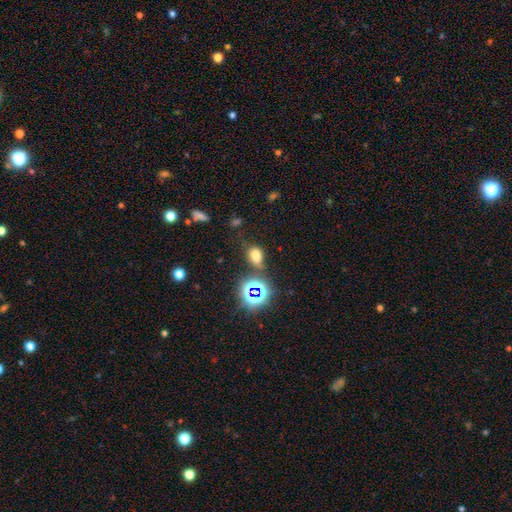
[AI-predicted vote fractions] Overall: smooth (62%; star or artifact 29%). How rounded: in between (73%). Merging: none (64%).